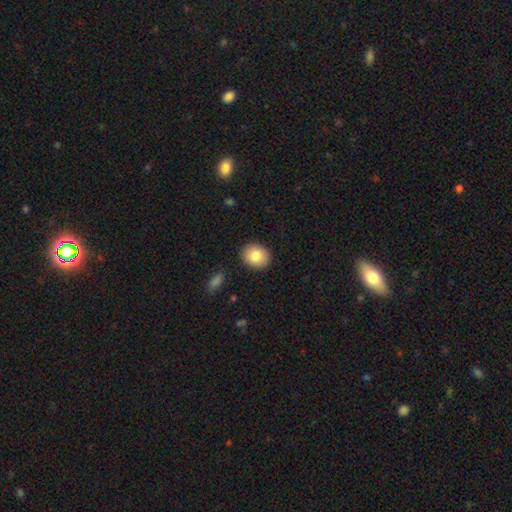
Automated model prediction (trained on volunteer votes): Smooth or featured?
  - smooth: 83% *
  - featured or disk: 10%
  - star or artifact: 8%
How rounded?
  - round: 54% *
  - in between: 45%
  - cigar-shaped: 1%
Merging?
  - none: 89% *
  - minor disturbance: 8%
  - major disturbance: 2%
  - merger: 1%